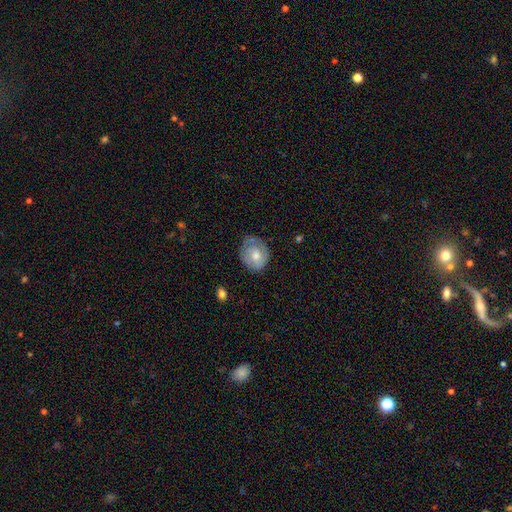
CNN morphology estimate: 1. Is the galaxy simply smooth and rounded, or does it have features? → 49% smooth, 43% featured or disk, 8% star or artifact.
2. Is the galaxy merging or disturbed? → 61% none, 28% minor disturbance, 8% major disturbance, 2% merger.